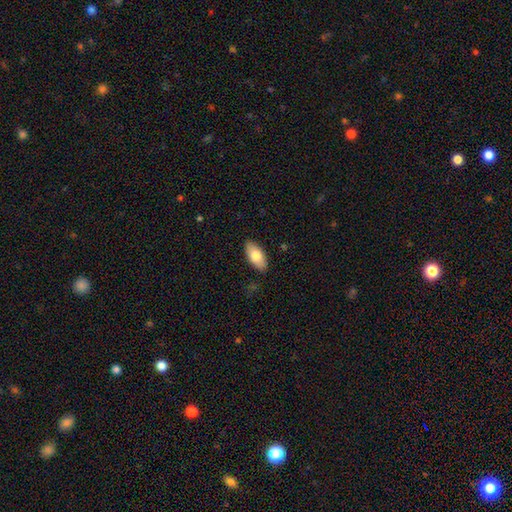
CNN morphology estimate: The model was most divided on "smooth or featured": smooth: 77%, featured or disk: 17%, star or artifact: 6%. More confident: how rounded — in between (91%); merging — none (87%).